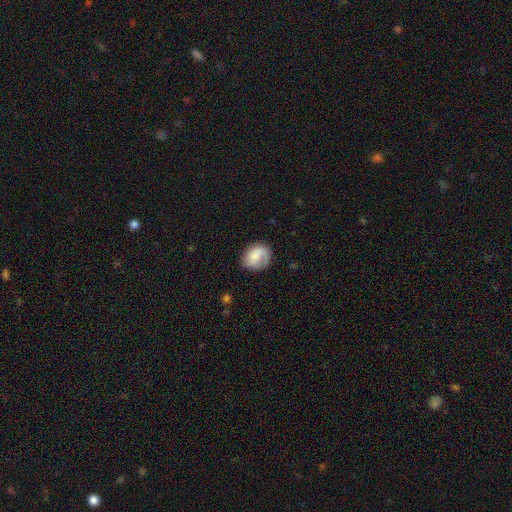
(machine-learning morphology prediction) A smooth galaxy with no disk features (66%) that is round (55%). Merging: none (66%).